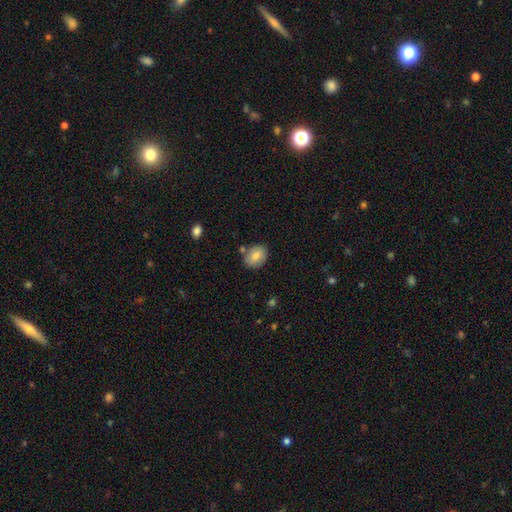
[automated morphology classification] A smooth galaxy with no disk features (78%) that is in between round and cigar-shaped (50%). Merging: none (75%).